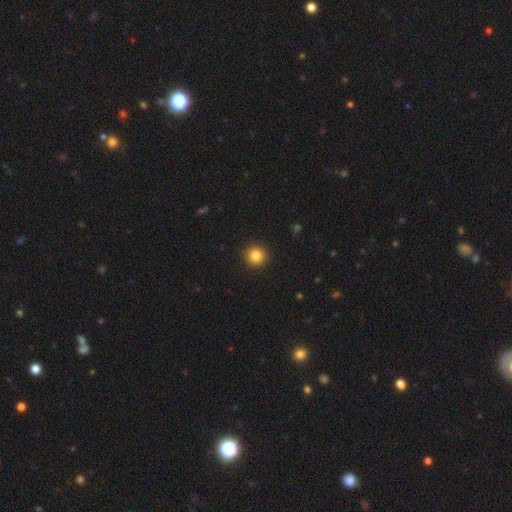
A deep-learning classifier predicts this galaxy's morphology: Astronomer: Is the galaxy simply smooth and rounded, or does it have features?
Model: smooth — 84%.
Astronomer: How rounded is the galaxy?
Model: round — 95%.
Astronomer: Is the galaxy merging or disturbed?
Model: none — 92%.